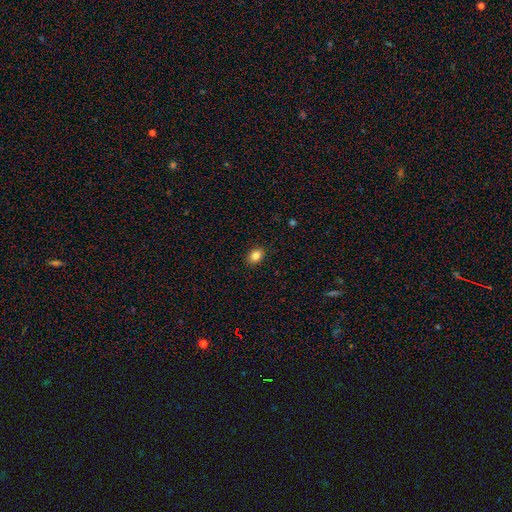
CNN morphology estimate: A smooth galaxy with no disk features (85%) that is in between round and cigar-shaped (72%).

Vote fractions:
- Smooth or featured? smooth: 85% / star or artifact: 10% / featured or disk: 5%
- How rounded? in between: 72% / round: 26% / cigar-shaped: 1%
- Merging? none: 89% / minor disturbance: 8% / major disturbance: 2% / merger: 1%